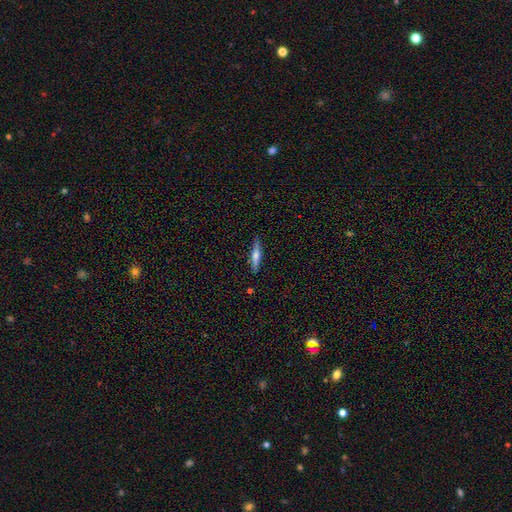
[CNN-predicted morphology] A smooth galaxy with no disk features (50%) that is cigar-shaped (84%). Merging: none (88%).